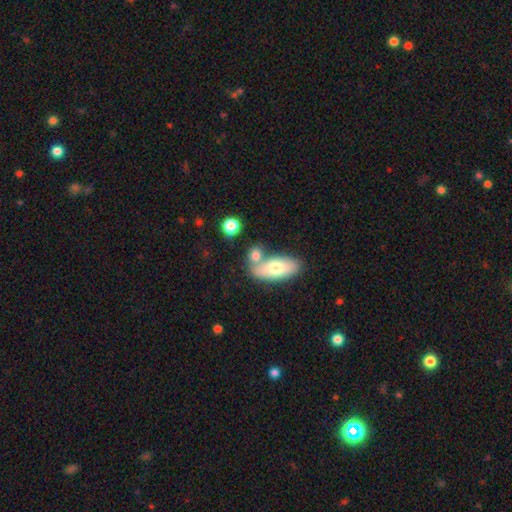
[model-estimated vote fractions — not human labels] Q: Smooth or featured?
A: smooth (75%); runner-up: featured or disk (17%)
Q: How rounded?
A: in between (66%); runner-up: round (25%)
Q: Merging?
A: none (47%); runner-up: merger (39%)